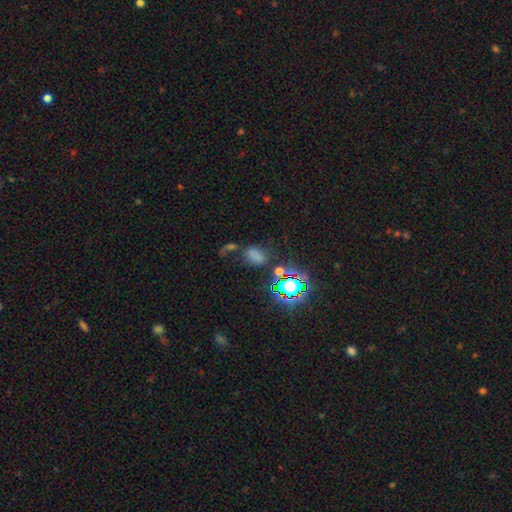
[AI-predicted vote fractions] Smooth or featured? Predicted: smooth (p=0.59). How rounded? Predicted: in between (p=0.82). Merging? Predicted: none (p=0.52).